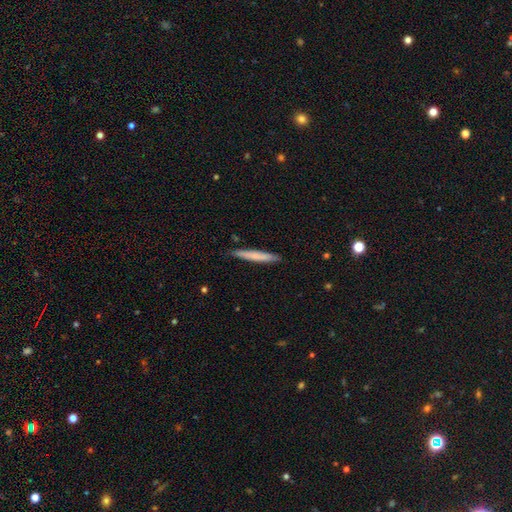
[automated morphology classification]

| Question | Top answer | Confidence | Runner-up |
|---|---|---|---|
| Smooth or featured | smooth | 65% | featured or disk (29%) |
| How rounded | cigar-shaped | 95% | in between (4%) |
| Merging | none | 87% | minor disturbance (10%) |